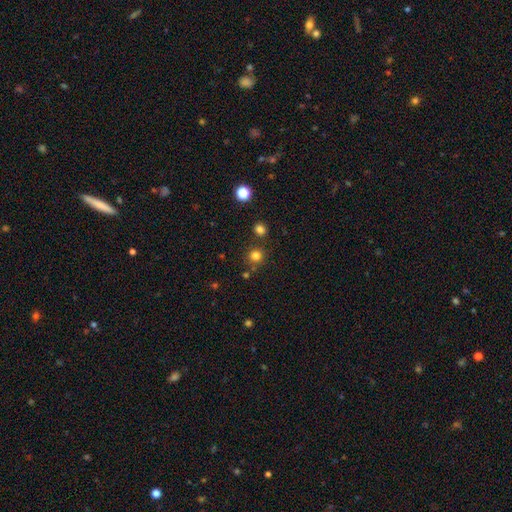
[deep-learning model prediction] Smooth or featured? Predicted: smooth (p=0.78). How rounded? Predicted: round (p=0.93). Merging? Predicted: none (p=0.82).